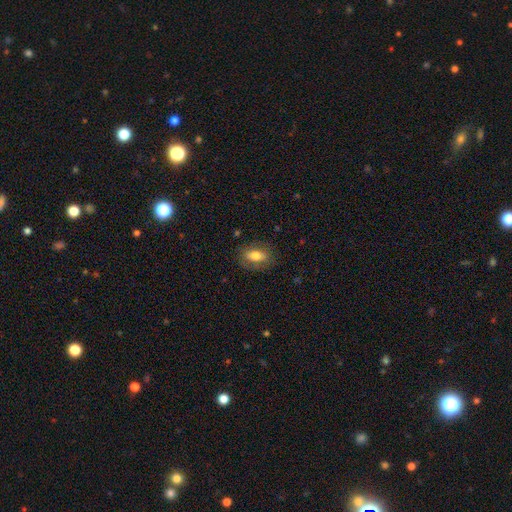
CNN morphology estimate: Smooth or featured? smooth (71%)
How rounded? in between (85%)
Merging? none (78%)